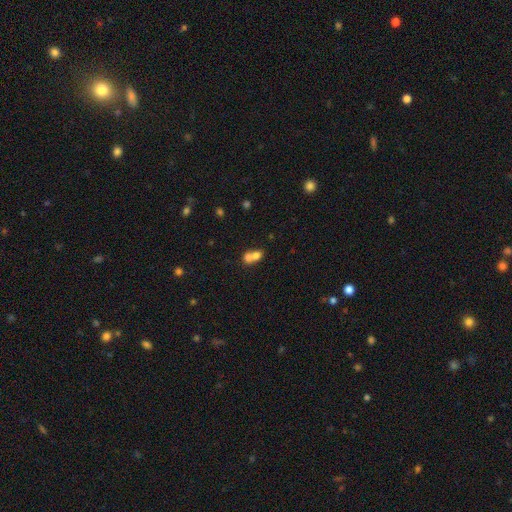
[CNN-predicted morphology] Smooth or featured? Predicted: smooth (p=0.71). How rounded? Predicted: round (p=0.62). Merging? Predicted: merger (p=0.71).